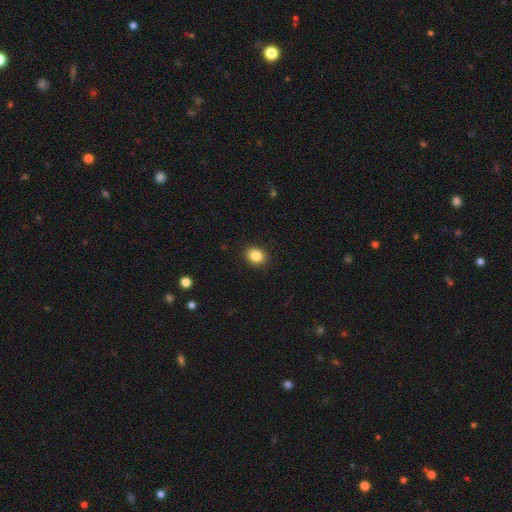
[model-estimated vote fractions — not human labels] Smooth or featured? Predicted: smooth (p=0.86). How rounded? Predicted: round (p=0.50). Merging? Predicted: none (p=0.90).